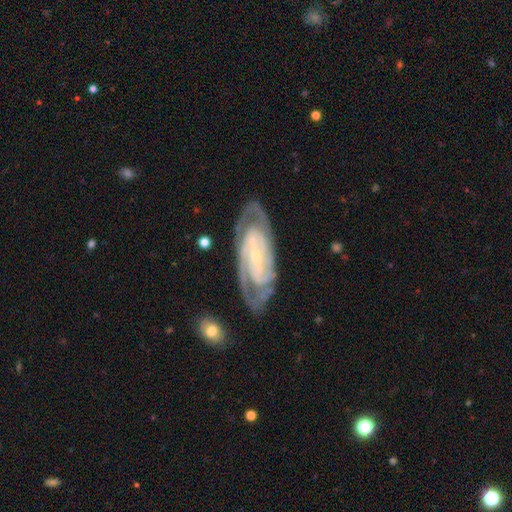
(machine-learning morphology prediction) featured or disk 89%, smooth 7%, star or artifact 5%. Down the decision tree: edge-on disk — no (93%); bar — weak (36%); spiral arms — yes (96%); spiral arm count — 2 (59%); spiral winding — tight (67%); bulge size — small (82%); merging — none (78%).